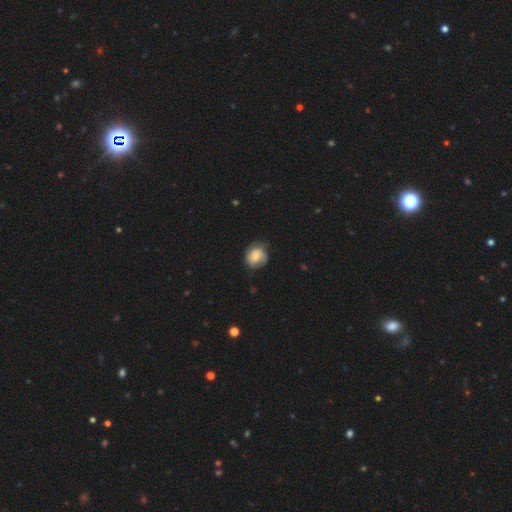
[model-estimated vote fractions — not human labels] Morphology: type=smooth (57%); roundness=round (78%); merging=none (69%).